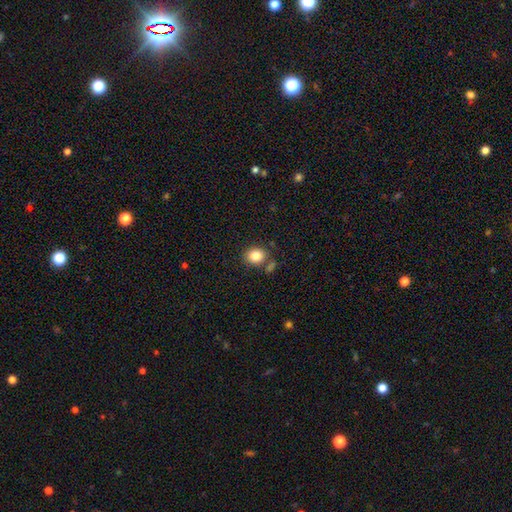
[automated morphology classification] smooth 83%, star or artifact 10%, featured or disk 7%. Down the decision tree: how rounded — round (60%); merging — none (74%).